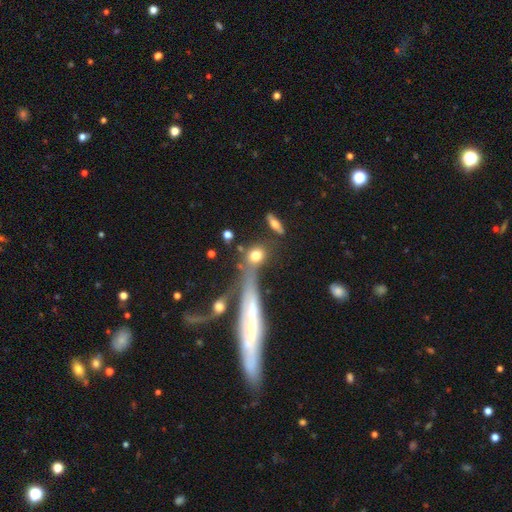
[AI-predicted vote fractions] Smooth or featured? Predicted: smooth (p=0.73). How rounded? Predicted: round (p=0.56). Merging? Predicted: none (p=0.51).